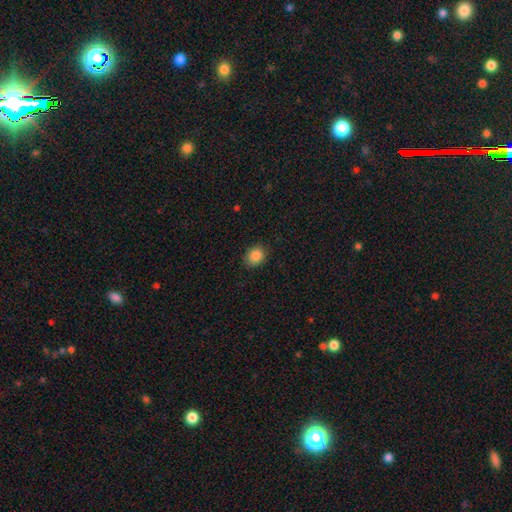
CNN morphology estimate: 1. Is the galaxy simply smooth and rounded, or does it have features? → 87% smooth, 9% star or artifact, 4% featured or disk.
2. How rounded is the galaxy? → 55% round, 44% in between, 1% cigar-shaped.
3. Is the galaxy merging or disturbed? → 87% none, 10% minor disturbance, 2% major disturbance, 1% merger.